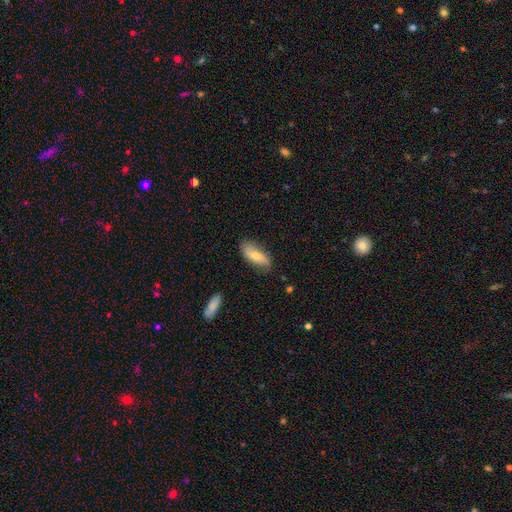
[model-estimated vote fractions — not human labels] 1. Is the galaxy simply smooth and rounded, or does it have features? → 62% smooth, 32% featured or disk, 6% star or artifact.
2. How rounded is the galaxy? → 78% in between, 19% cigar-shaped, 3% round.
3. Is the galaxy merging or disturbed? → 73% none, 21% minor disturbance, 4% major disturbance, 2% merger.